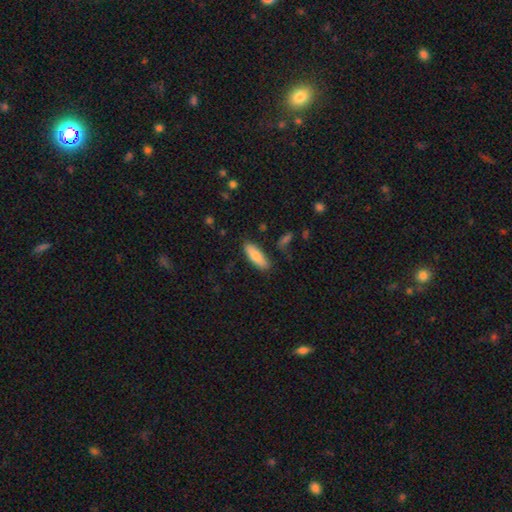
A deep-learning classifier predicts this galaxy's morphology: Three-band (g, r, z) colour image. It shows a smooth galaxy with no disk features (83%) that is in between round and cigar-shaped (64%). Merging: none (83%).